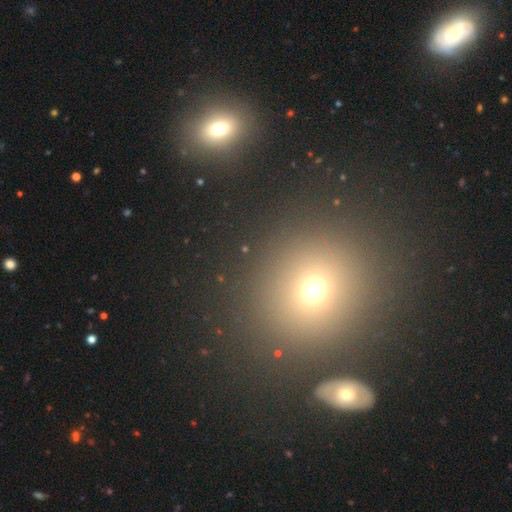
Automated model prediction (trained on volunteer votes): A smooth galaxy with no disk features (61%) that is round (81%).

Vote fractions:
- Smooth or featured? smooth: 61% / star or artifact: 29% / featured or disk: 10%
- How rounded? round: 81% / in between: 17% / cigar-shaped: 1%
- Merging? none: 83% / minor disturbance: 7% / merger: 6% / major disturbance: 4%